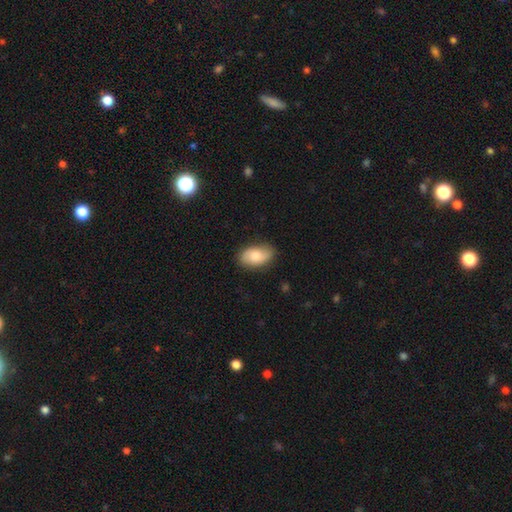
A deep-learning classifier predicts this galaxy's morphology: smooth_or_featured: smooth (p=0.75) [alt: featured or disk p=0.19]
how_rounded: in between (p=0.93) [alt: round p=0.06]
merging: none (p=0.82) [alt: minor disturbance p=0.14]